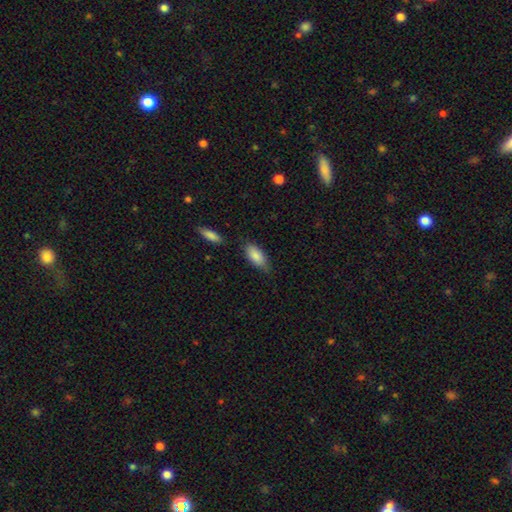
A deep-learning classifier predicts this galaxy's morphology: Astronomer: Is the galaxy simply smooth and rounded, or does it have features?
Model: smooth — 86%.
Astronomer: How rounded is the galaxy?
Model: in between — 86%.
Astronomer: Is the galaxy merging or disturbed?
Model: none — 72%.